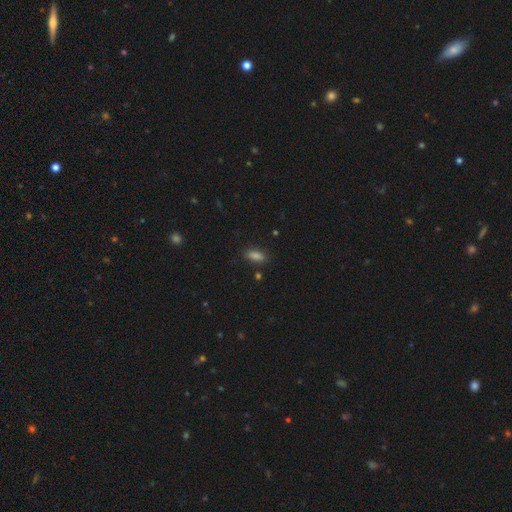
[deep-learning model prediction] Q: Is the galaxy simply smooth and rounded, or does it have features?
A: smooth — 84%.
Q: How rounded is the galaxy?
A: in between — 78%.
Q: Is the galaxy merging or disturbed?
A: none — 84%.